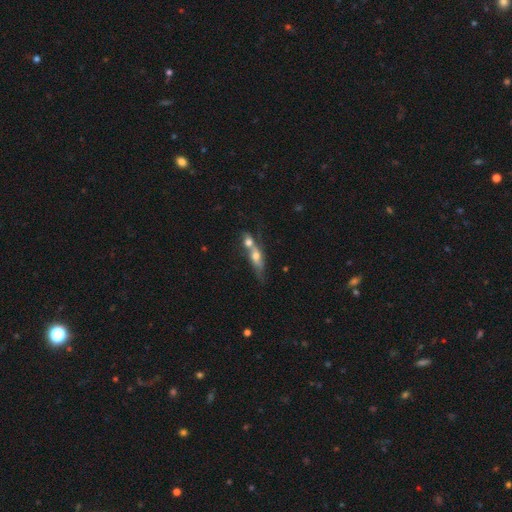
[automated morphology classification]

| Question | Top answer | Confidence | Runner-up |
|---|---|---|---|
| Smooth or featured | featured or disk | 46% | smooth (44%) |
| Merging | merger | 56% | none (27%) |